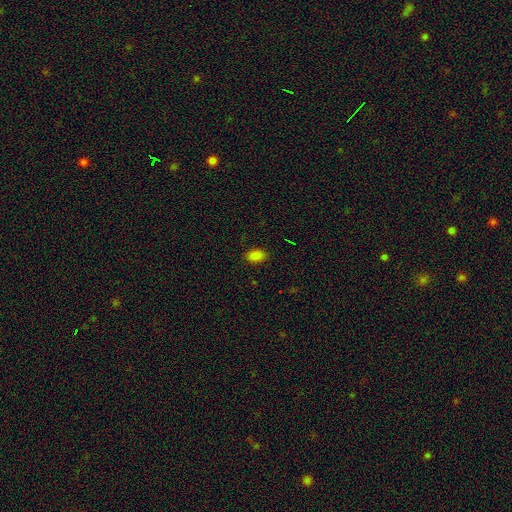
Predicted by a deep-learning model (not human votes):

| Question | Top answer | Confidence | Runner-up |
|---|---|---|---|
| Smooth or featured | smooth | 85% | star or artifact (12%) |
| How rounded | in between | 90% | round (9%) |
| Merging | none | 87% | minor disturbance (10%) |